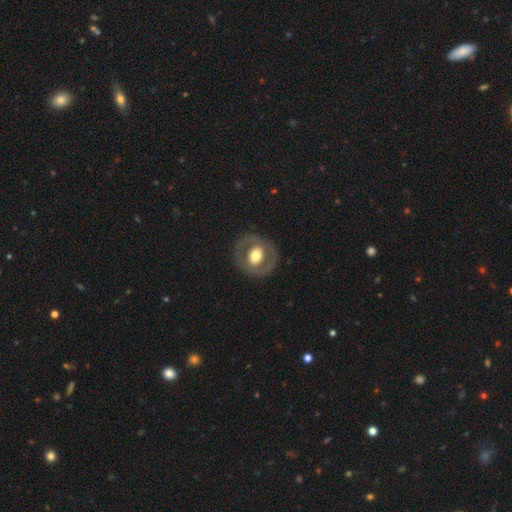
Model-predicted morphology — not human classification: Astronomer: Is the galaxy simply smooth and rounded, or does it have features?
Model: featured or disk — 53% (runner-up: smooth, 41%).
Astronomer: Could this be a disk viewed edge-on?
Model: no — 95%.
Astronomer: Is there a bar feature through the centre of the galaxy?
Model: no — 66%.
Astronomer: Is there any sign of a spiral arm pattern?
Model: no — 81%.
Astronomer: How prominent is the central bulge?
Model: moderate — 54% (runner-up: large, 37%).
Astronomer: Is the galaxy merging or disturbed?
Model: none — 82%.